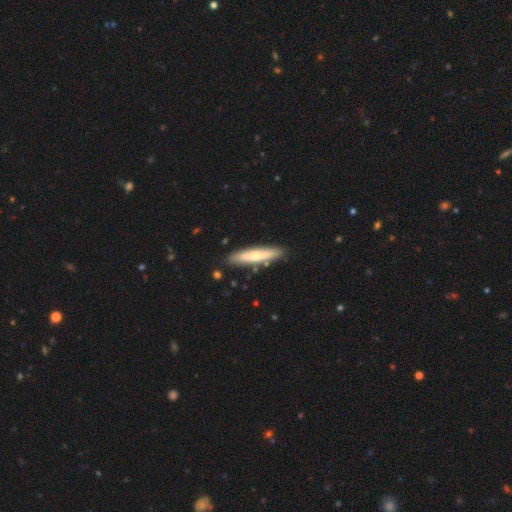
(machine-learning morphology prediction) A smooth galaxy with no disk features (57%) that is cigar-shaped (83%).

Vote fractions:
- Smooth or featured? smooth: 57% / featured or disk: 38% / star or artifact: 5%
- How rounded? cigar-shaped: 83% / in between: 16% / round: 2%
- Merging? none: 85% / minor disturbance: 10% / merger: 3% / major disturbance: 2%